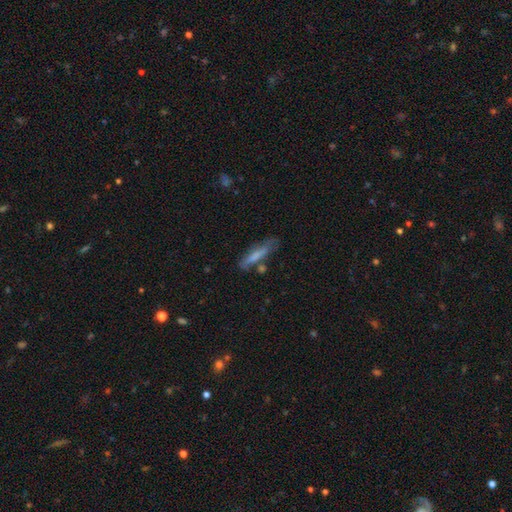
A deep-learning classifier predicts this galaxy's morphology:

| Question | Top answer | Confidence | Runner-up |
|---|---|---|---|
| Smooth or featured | smooth | 67% | featured or disk (26%) |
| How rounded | cigar-shaped | 86% | in between (13%) |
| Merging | none | 62% | minor disturbance (23%) |